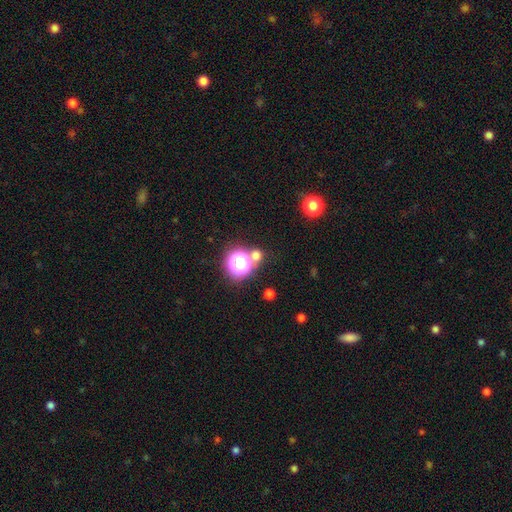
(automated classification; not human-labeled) A smooth galaxy with no disk features (58%) that is round (85%).

Vote fractions:
- Smooth or featured? smooth: 58% / star or artifact: 33% / featured or disk: 9%
- How rounded? round: 85% / in between: 14% / cigar-shaped: 1%
- Merging? none: 66% / merger: 21% / minor disturbance: 8% / major disturbance: 4%